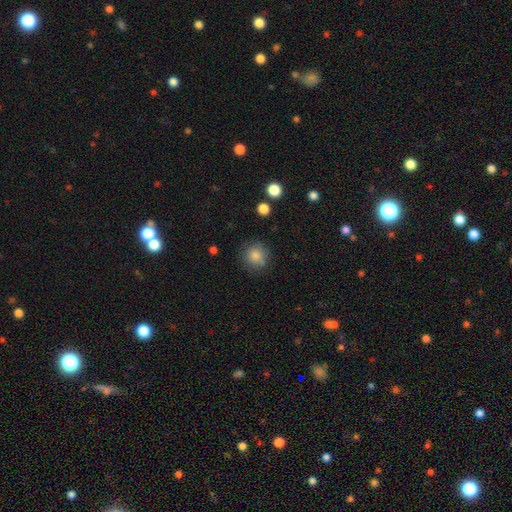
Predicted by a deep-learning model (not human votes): Smooth or featured: smooth — 83% (star or artifact — 10%)
How rounded: round — 91% (in between — 8%)
Merging: none — 80% (minor disturbance — 12%)